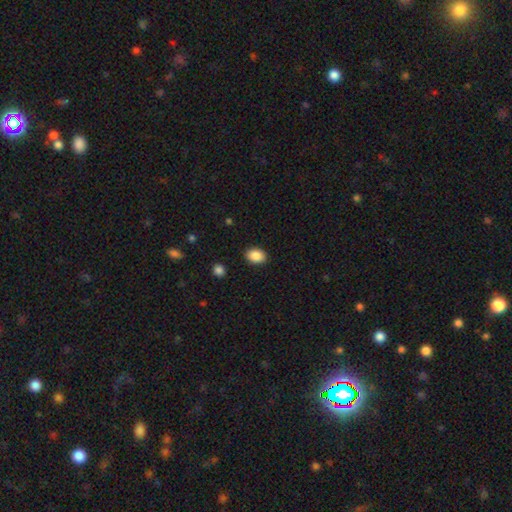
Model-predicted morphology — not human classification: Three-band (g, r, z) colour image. It shows a smooth galaxy with no disk features (88%) that is in between round and cigar-shaped (78%). Merging: none (89%).